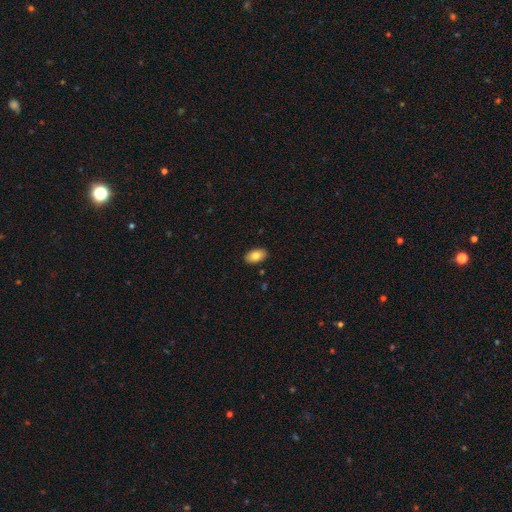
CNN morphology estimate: The model was most divided on "smooth or featured": smooth: 82%, featured or disk: 11%, star or artifact: 7%. More confident: how rounded — in between (93%); merging — none (89%).